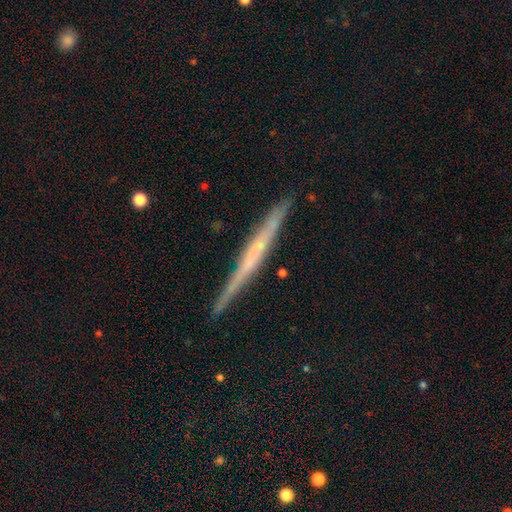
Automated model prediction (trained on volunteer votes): Smooth or featured?
  - featured or disk: 63% *
  - smooth: 30%
  - star or artifact: 7%
Edge-on disk?
  - yes: 97% *
  - no: 3%
Edge-on bulge?
  - none: 73% *
  - rounded: 16%
  - boxy: 12%
Merging?
  - none: 87% *
  - minor disturbance: 10%
  - major disturbance: 2%
  - merger: 1%